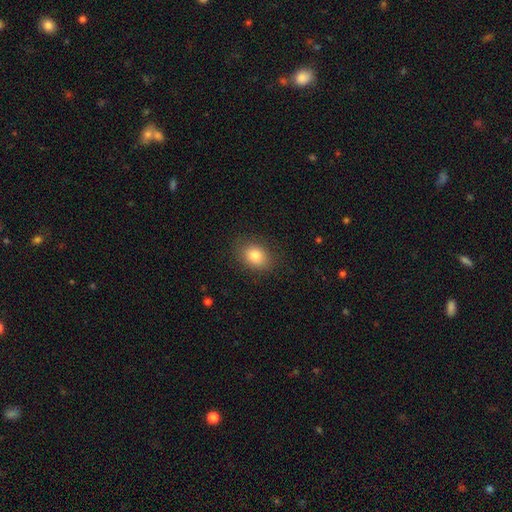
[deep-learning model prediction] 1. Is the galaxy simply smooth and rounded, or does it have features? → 82% smooth, 9% star or artifact, 9% featured or disk.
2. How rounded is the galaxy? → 66% in between, 32% round, 1% cigar-shaped.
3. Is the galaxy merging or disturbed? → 83% none, 12% minor disturbance, 4% major disturbance, 1% merger.